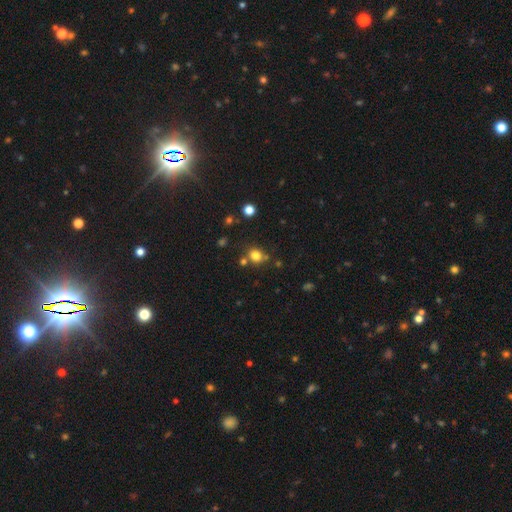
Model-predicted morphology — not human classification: A smooth galaxy with no disk features (79%) that is round (70%). Merging: none (71%).